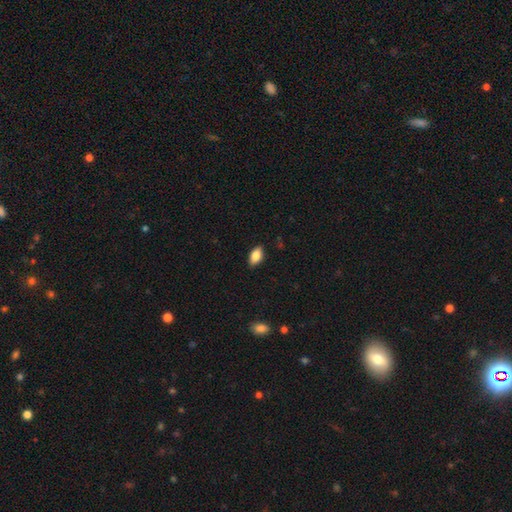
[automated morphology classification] This is clearly a smooth galaxy (84%). How rounded: clearly in between (92%). Merging: clearly none (87%).